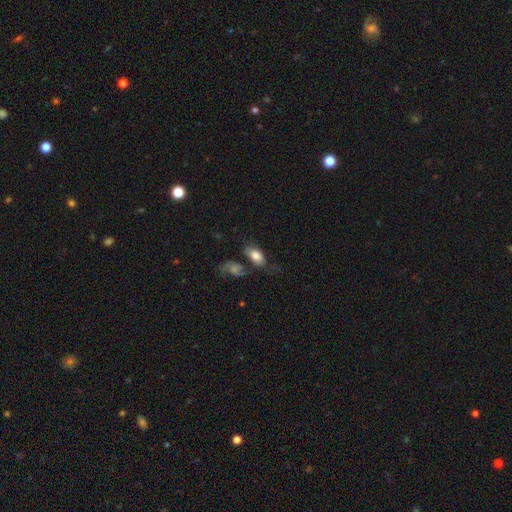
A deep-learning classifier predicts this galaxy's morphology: The model was most divided on "merging": none: 40%, merger: 24%, minor disturbance: 21%, major disturbance: 16%. More confident: how rounded — in between (89%); smooth or featured — smooth (70%).